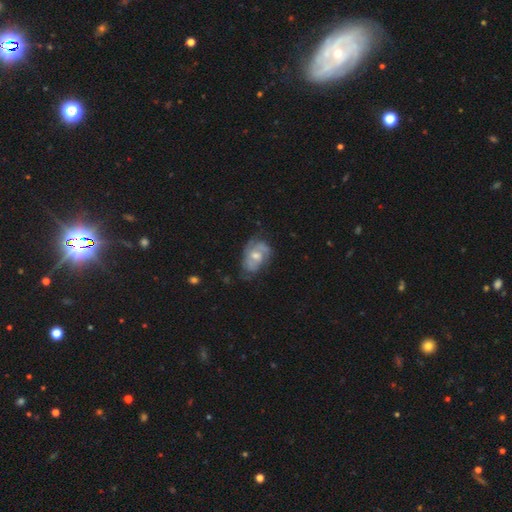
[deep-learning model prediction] featured or disk 68%, smooth 26%, star or artifact 6%. Down the decision tree: edge-on disk — no (96%); bar — no (64%); spiral arms — yes (80%); spiral arm count — 2 (41%); spiral winding — tight (44%); bulge size — moderate (64%); merging — none (51%).